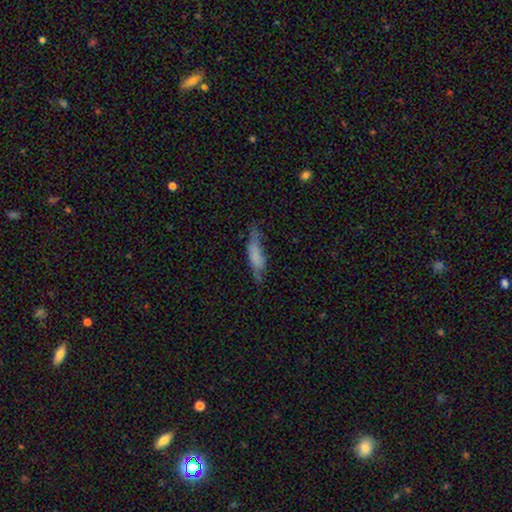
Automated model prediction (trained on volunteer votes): smooth 65%, featured or disk 26%, star or artifact 9%. Down the decision tree: how rounded — cigar-shaped (60%); merging — none (46%).